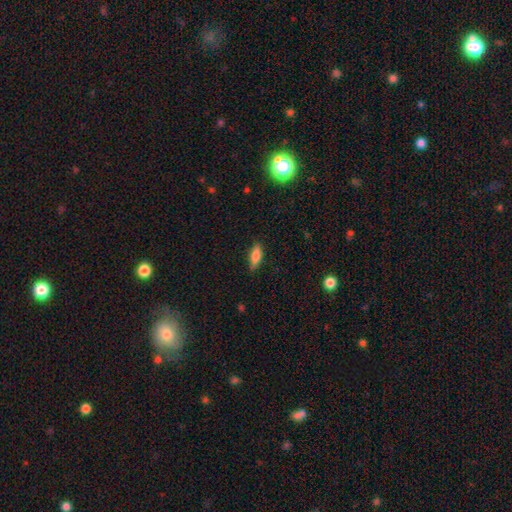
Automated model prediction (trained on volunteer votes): Q: Smooth or featured?
A: smooth (78%); runner-up: featured or disk (14%)
Q: How rounded?
A: in between (61%); runner-up: cigar-shaped (36%)
Q: Merging?
A: none (83%); runner-up: minor disturbance (13%)